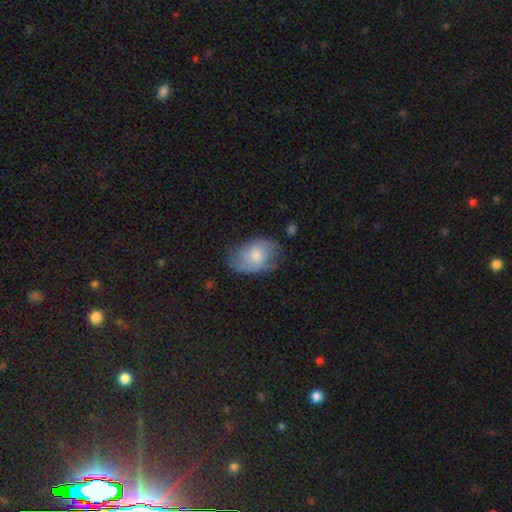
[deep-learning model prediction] This appears to be a smooth galaxy with no disk features (53%) that is in between round and cigar-shaped (83%). Merging: none (55%).